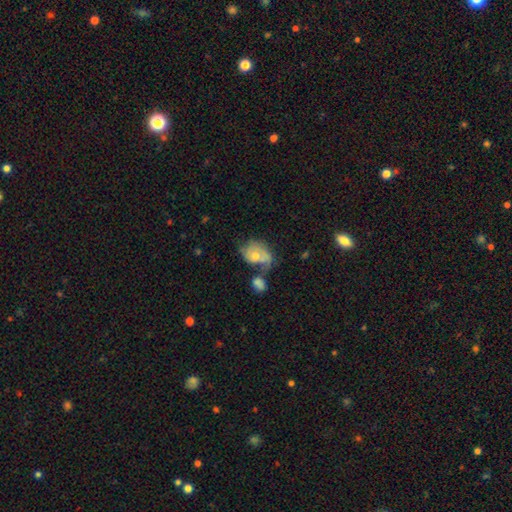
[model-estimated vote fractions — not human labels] smooth 48%, featured or disk 44%, star or artifact 8%. Down the decision tree: merging — merger (28%, tied with none).